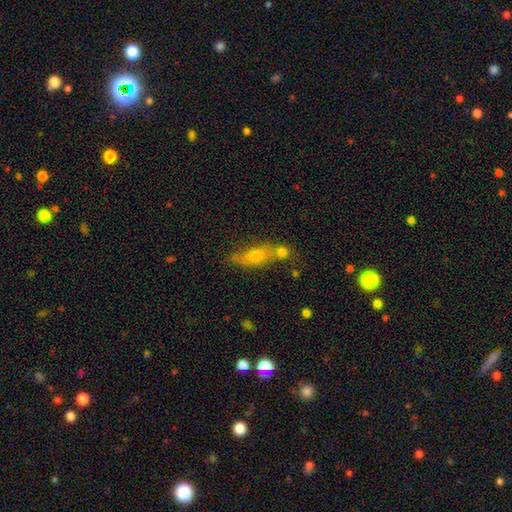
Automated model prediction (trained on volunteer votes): Smooth or featured? Predicted: smooth (p=0.57). How rounded? Predicted: in between (p=0.53). Merging? Predicted: none (p=0.43).